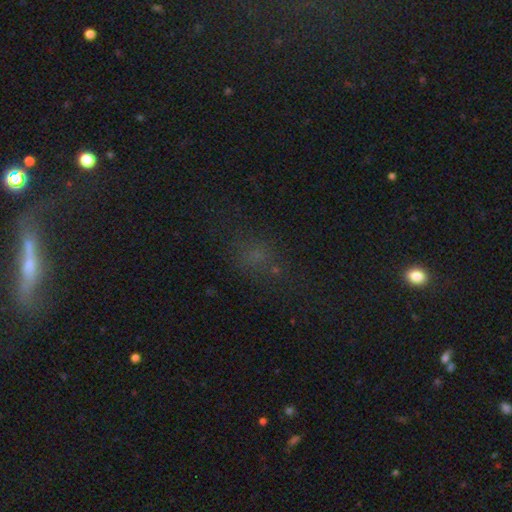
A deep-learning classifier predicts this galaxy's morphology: Q: Smooth or featured?
A: smooth (48%); runner-up: star or artifact (38%)
Q: Merging?
A: none (64%); runner-up: minor disturbance (17%)